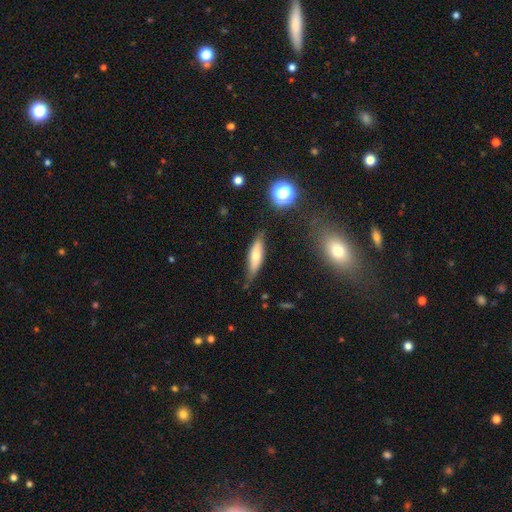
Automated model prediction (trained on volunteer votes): This is possibly a smooth galaxy (57%). How rounded: likely cigar-shaped (61%). Merging: likely none (73%).